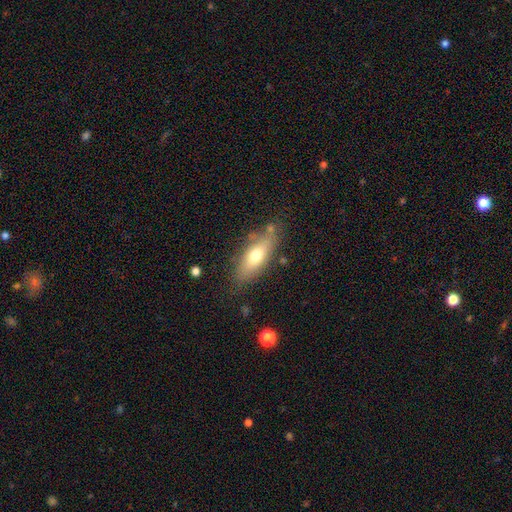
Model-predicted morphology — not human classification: The model was most divided on "how rounded": in between: 65%, cigar-shaped: 32%, round: 3%. More confident: merging — none (75%); smooth or featured — smooth (65%).